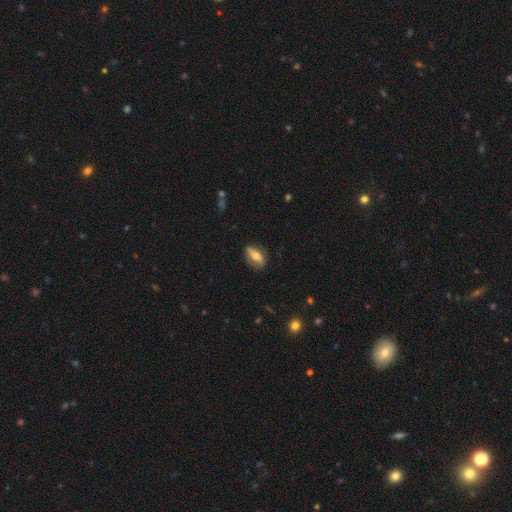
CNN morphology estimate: smooth 56%, featured or disk 36%, star or artifact 7%. Down the decision tree: how rounded — in between (74%); merging — none (80%).